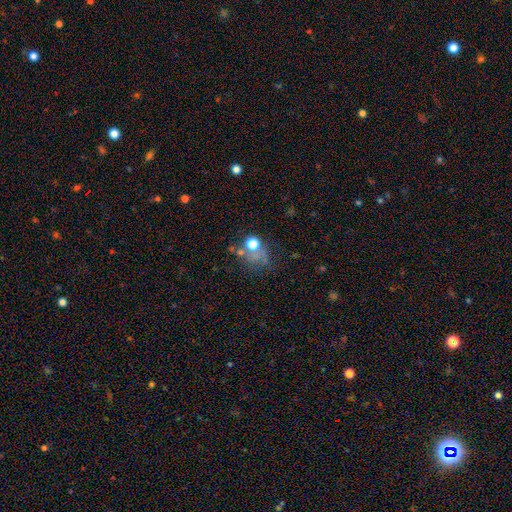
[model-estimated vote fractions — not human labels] This is marginally a star or artifact rather than a galaxy (42%).